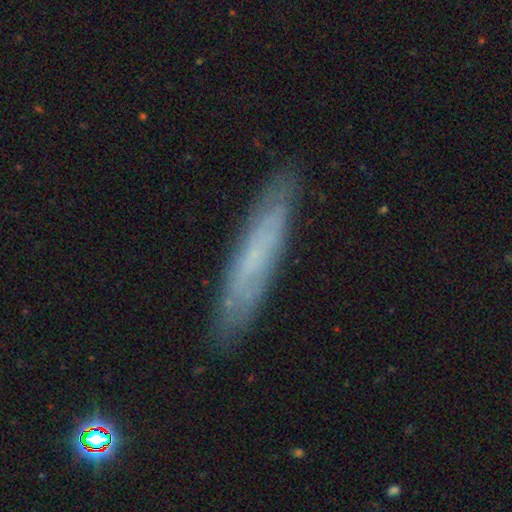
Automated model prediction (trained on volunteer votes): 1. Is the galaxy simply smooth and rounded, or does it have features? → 48% featured or disk, 43% smooth, 8% star or artifact.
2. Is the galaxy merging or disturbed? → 84% none, 12% minor disturbance, 2% major disturbance, 1% merger.